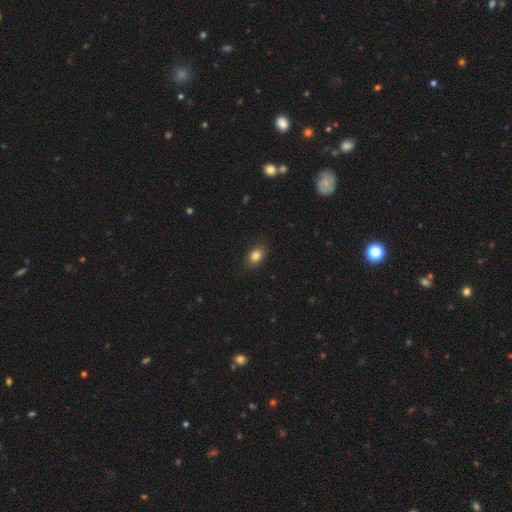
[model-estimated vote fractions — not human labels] smooth 84%, star or artifact 10%, featured or disk 7%. Down the decision tree: how rounded — in between (80%); merging — none (88%).